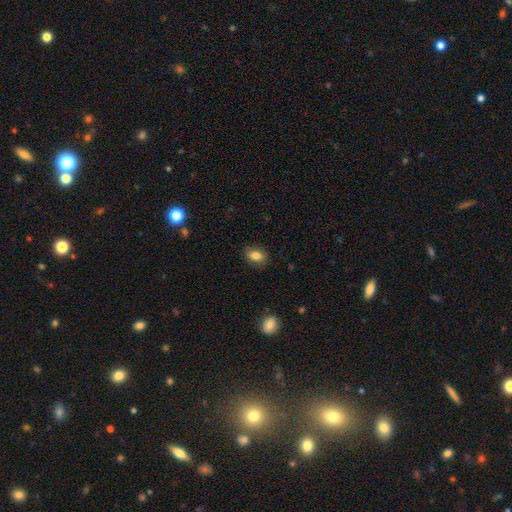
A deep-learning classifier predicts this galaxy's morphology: Smooth or featured? smooth (83%)
How rounded? in between (81%)
Merging? none (84%)